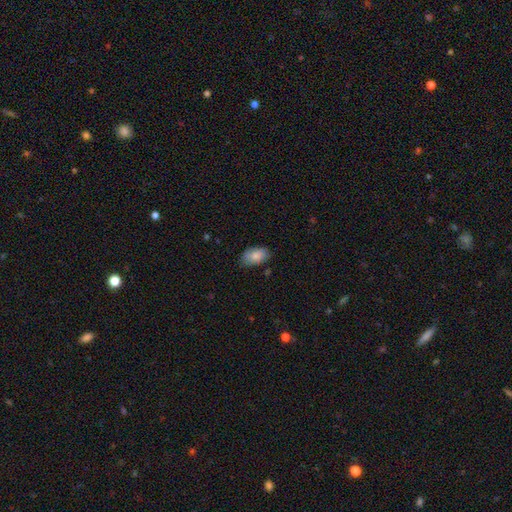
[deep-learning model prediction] This is clearly a smooth galaxy (83%). How rounded: clearly in between (92%). Merging: likely none (78%).